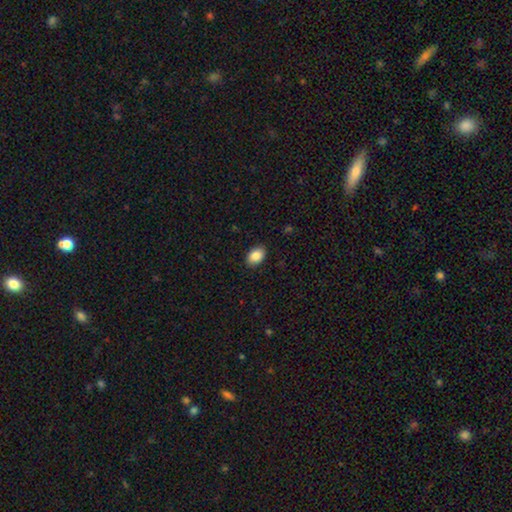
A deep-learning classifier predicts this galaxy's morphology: Smooth or featured: smooth — 88% (star or artifact — 7%)
How rounded: in between — 84% (round — 15%)
Merging: none — 89% (minor disturbance — 8%)